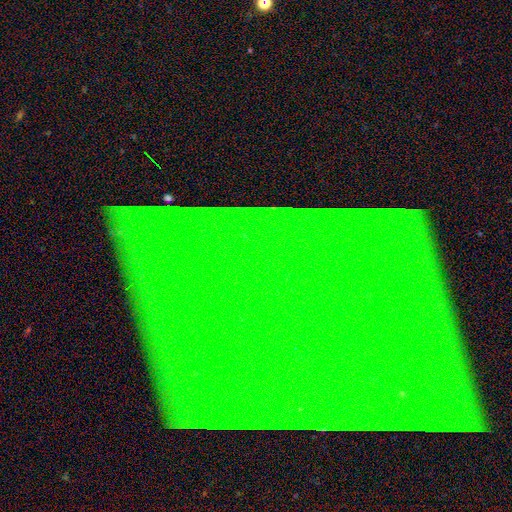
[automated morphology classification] The model was most divided on "smooth or featured": star or artifact: 84%, featured or disk: 9%, smooth: 7%.